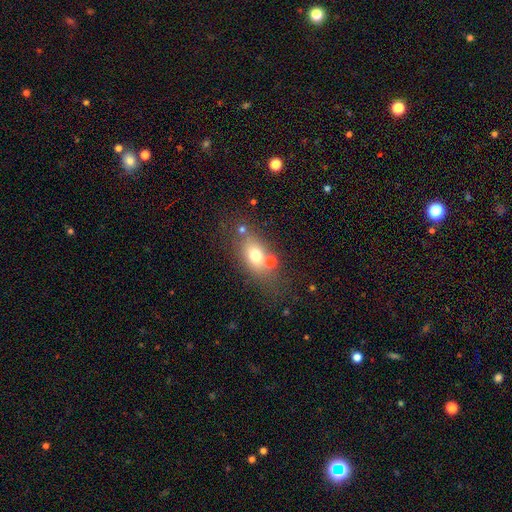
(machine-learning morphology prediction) Overall: smooth (67%). How rounded: in between (72%). Merging: none (60%).